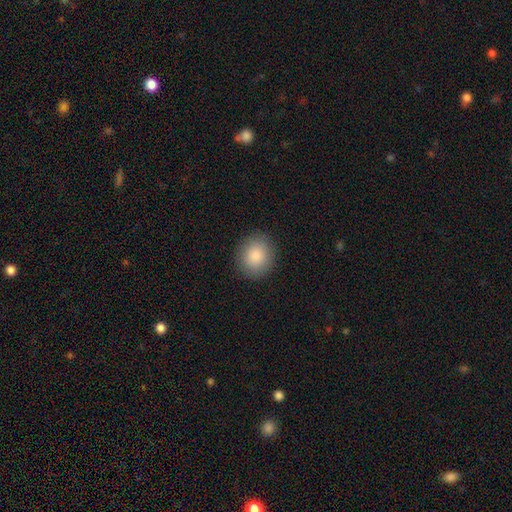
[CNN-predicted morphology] Q: Smooth or featured?
A: smooth (87%); runner-up: star or artifact (8%)
Q: How rounded?
A: round (75%); runner-up: in between (24%)
Q: Merging?
A: none (90%); runner-up: minor disturbance (7%)